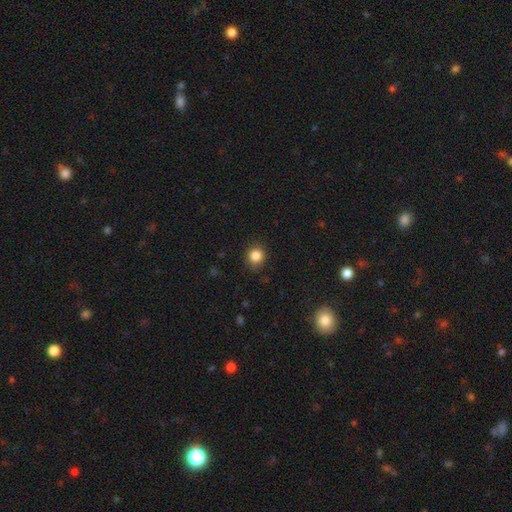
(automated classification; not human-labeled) Smooth or featured? Predicted: smooth (p=0.85). How rounded? Predicted: round (p=0.86). Merging? Predicted: none (p=0.87).